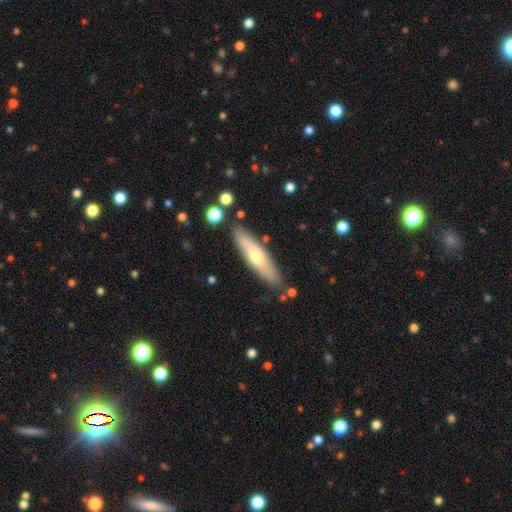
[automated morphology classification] smooth-or-featured: smooth: 54% | featured or disk: 40% | star or artifact: 6%
  how-rounded: cigar-shaped: 74% | in between: 24% | round: 2%
  merging: none: 84% | minor disturbance: 11% | merger: 3% | major disturbance: 2%